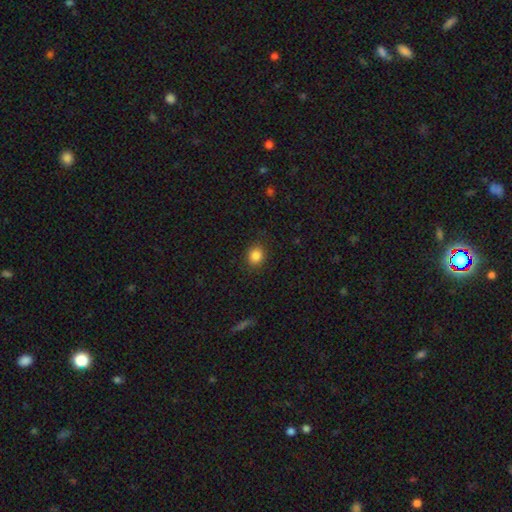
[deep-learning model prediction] A smooth galaxy with no disk features (85%) that is round (74%). Merging: none (88%).